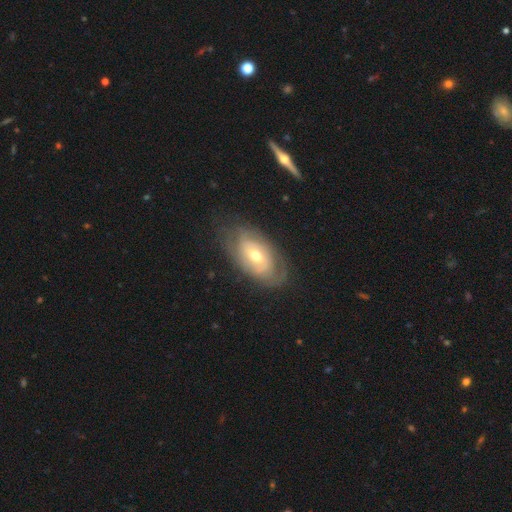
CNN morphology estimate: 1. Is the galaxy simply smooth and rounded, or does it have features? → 73% featured or disk, 21% smooth, 6% star or artifact.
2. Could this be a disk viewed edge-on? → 94% no, 6% yes.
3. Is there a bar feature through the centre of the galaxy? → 56% no, 34% weak, 9% strong.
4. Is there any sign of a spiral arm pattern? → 82% yes, 18% no.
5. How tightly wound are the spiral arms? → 64% tight, 25% medium, 10% loose.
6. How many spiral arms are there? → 45% can't tell, 34% 2, 9% 3, 5% 1, 4% 4, 3% more than 4.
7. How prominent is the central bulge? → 68% moderate, 26% small, 5% large, 1% none, 1% dominant.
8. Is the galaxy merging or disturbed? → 71% none, 20% minor disturbance, 8% major disturbance, 1% merger.